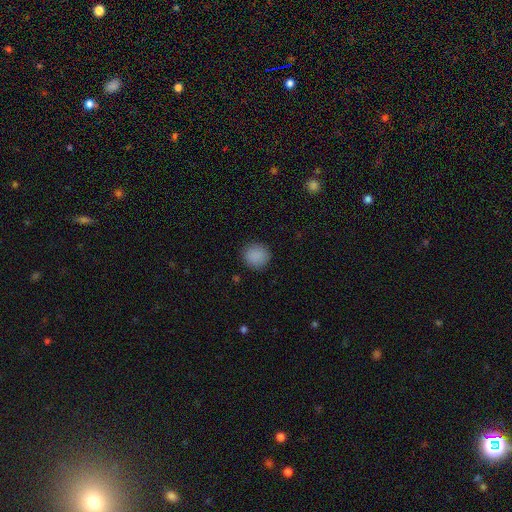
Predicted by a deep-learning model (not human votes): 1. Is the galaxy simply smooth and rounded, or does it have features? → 88% smooth, 9% star or artifact, 3% featured or disk.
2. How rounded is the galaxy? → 91% round, 8% in between, 1% cigar-shaped.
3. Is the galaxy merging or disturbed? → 90% none, 7% minor disturbance, 2% major disturbance, 1% merger.